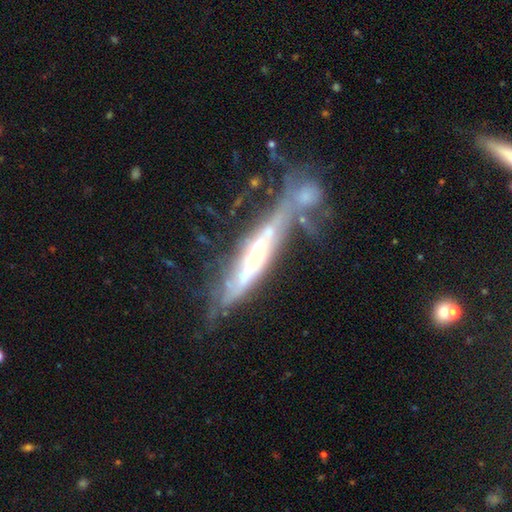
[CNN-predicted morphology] This is likely a featured or disk galaxy (77%). It is possibly viewed edge-on (57%). Merging: marginally none (31%).